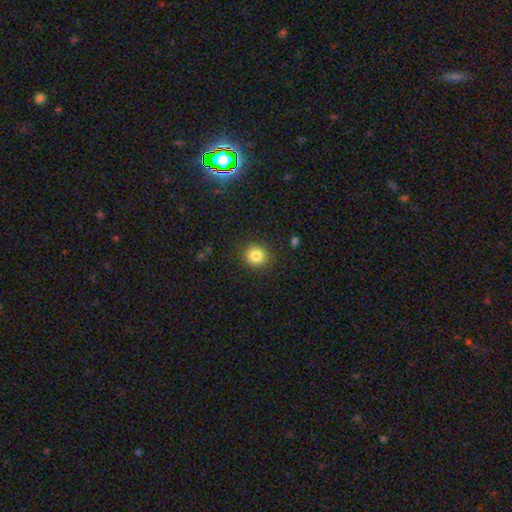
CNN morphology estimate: Smooth or featured: smooth — 84% (star or artifact — 11%)
How rounded: round — 87% (in between — 12%)
Merging: none — 88% (minor disturbance — 8%)